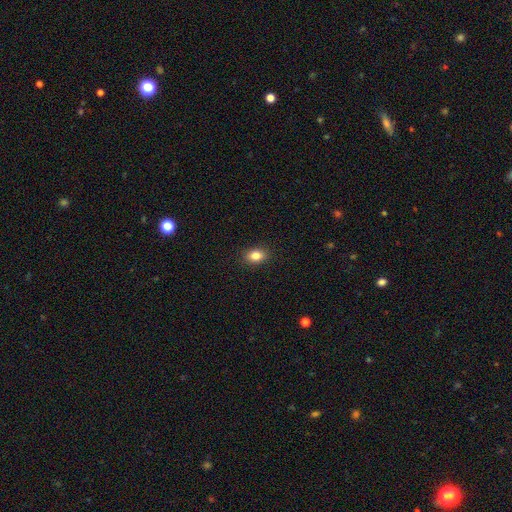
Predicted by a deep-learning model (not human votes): Overall: smooth (84%). How rounded: in between (75%). Merging: none (90%).